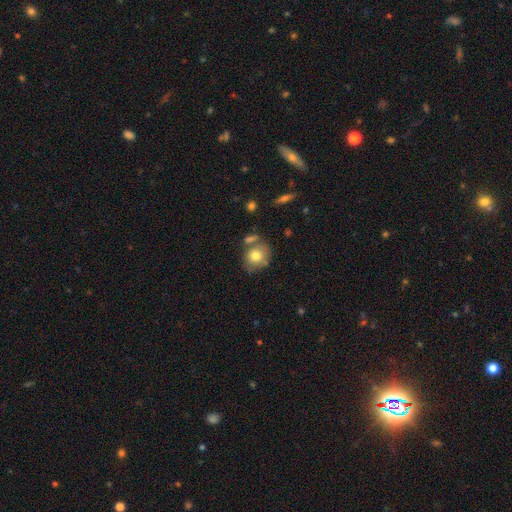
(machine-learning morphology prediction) A smooth galaxy with no disk features (75%) that is round (69%). Merging: none (58%).